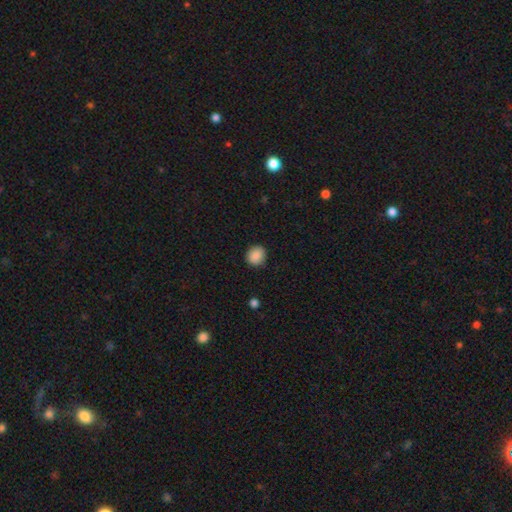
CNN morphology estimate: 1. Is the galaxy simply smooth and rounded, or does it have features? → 88% smooth, 8% star or artifact, 3% featured or disk.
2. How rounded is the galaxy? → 72% round, 27% in between, 1% cigar-shaped.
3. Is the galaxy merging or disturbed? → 86% none, 10% minor disturbance, 2% major disturbance, 1% merger.